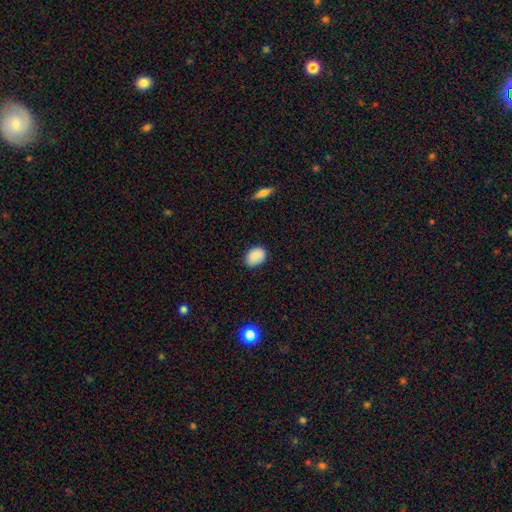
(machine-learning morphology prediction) Smooth or featured: smooth — 89% (star or artifact — 8%)
How rounded: in between — 72% (round — 27%)
Merging: none — 82% (minor disturbance — 14%)